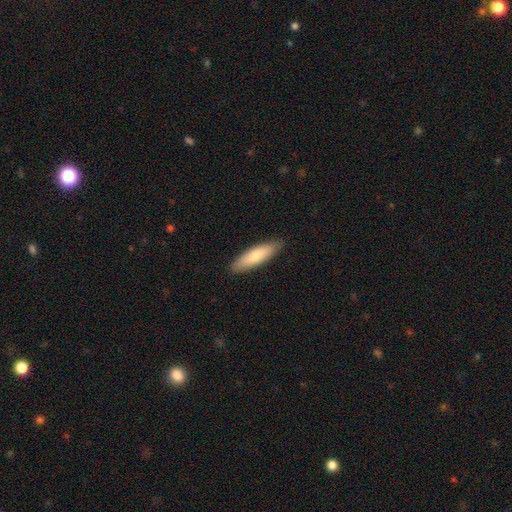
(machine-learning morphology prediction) Q: Smooth or featured?
A: smooth (75%); runner-up: featured or disk (20%)
Q: How rounded?
A: cigar-shaped (62%); runner-up: in between (36%)
Q: Merging?
A: none (88%); runner-up: minor disturbance (9%)